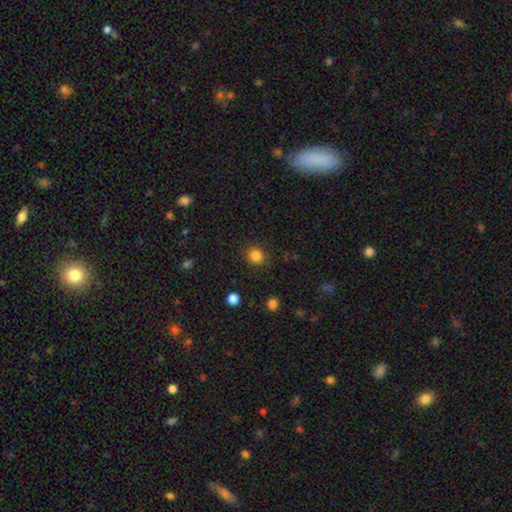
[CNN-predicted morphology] smooth_or_featured: smooth (p=0.84) [alt: star or artifact p=0.12]
how_rounded: round (p=0.85) [alt: in between p=0.14]
merging: none (p=0.88) [alt: minor disturbance p=0.08]